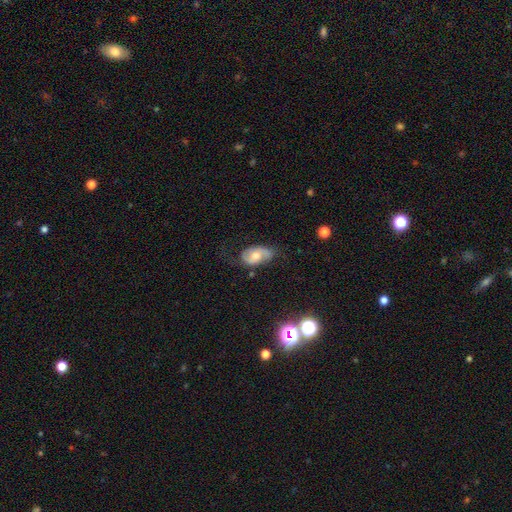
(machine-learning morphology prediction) Smooth or featured?
  - featured or disk: 55% *
  - smooth: 37%
  - star or artifact: 8%
Edge-on disk?
  - no: 94% *
  - yes: 6%
Bar?
  - no: 65% *
  - weak: 28%
  - strong: 6%
Spiral arms?
  - yes: 79% *
  - no: 21%
Bulge size?
  - moderate: 73% *
  - small: 18%
  - large: 6%
  - none: 2%
  - dominant: 1%
Merging?
  - none: 63% *
  - minor disturbance: 26%
  - major disturbance: 9%
  - merger: 2%